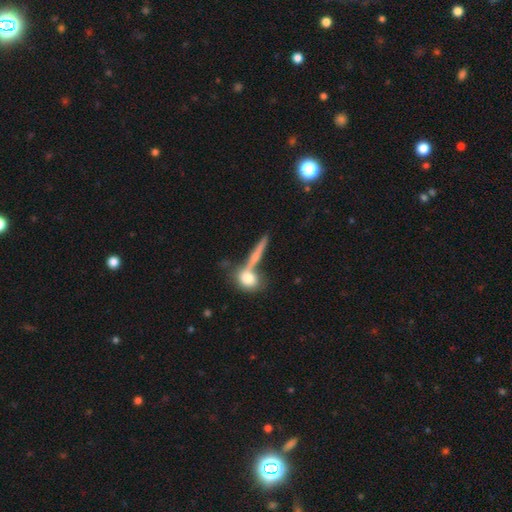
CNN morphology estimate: smooth_or_featured: smooth (p=0.54) [alt: featured or disk p=0.37]
how_rounded: cigar-shaped (p=0.59) [alt: round p=0.23]
merging: none (p=0.57) [alt: merger p=0.26]